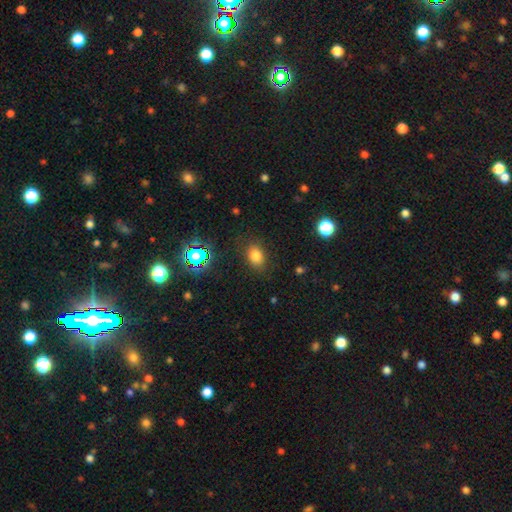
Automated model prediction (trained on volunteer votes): Morphology: type=smooth (77%); roundness=in between (75%); merging=none (83%).